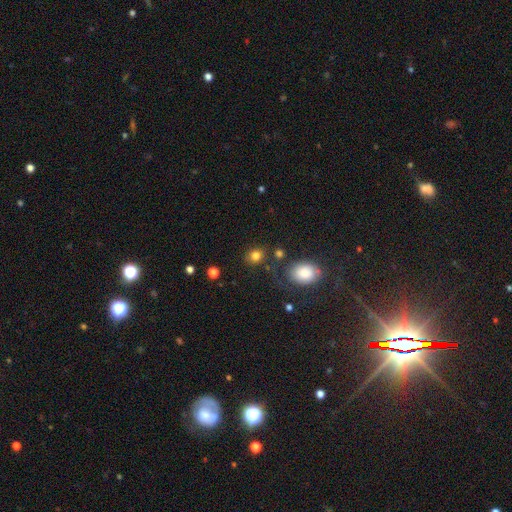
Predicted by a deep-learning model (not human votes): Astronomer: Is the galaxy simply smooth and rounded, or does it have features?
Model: smooth — 81%.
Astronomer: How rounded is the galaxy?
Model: round — 70%.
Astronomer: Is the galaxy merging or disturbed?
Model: none — 78%.